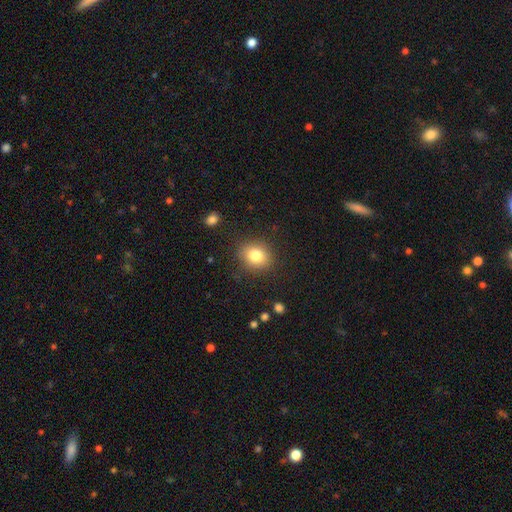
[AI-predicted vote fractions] Smooth or featured? smooth (81%)
How rounded? round (65%)
Merging? none (86%)